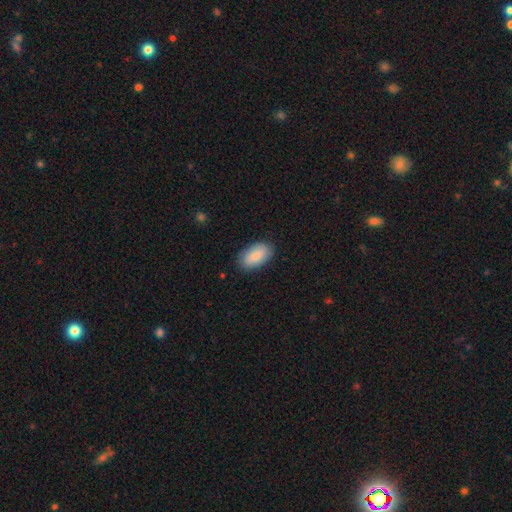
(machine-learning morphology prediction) Smooth or featured? Predicted: smooth (p=0.86). How rounded? Predicted: in between (p=0.95). Merging? Predicted: none (p=0.87).